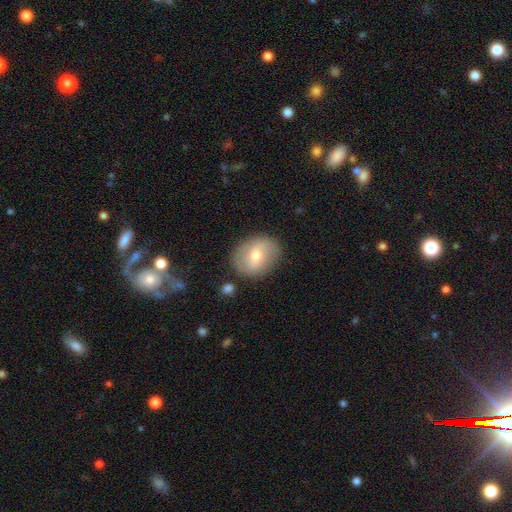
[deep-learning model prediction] Morphology: type=smooth (57%); roundness=round (51%); merging=none (82%).